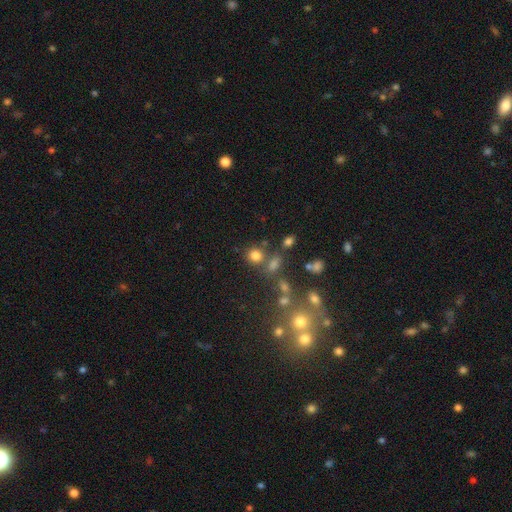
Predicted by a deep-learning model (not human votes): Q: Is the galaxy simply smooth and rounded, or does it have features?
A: smooth — 75%.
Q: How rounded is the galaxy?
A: round — 81%.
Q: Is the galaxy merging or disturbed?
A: none — 65%.